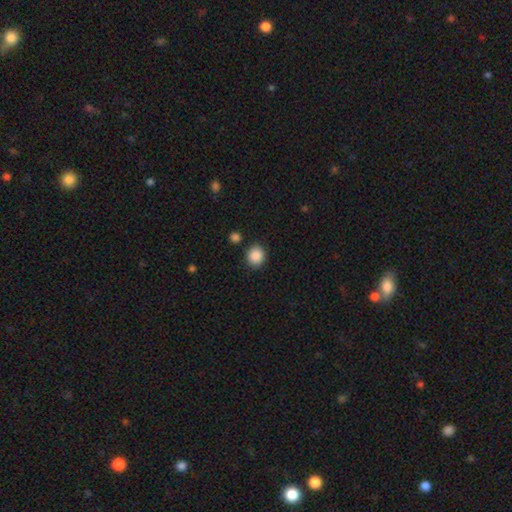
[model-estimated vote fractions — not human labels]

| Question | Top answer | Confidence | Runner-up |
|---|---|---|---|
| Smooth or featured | smooth | 88% | star or artifact (8%) |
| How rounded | round | 81% | in between (18%) |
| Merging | none | 86% | minor disturbance (8%) |